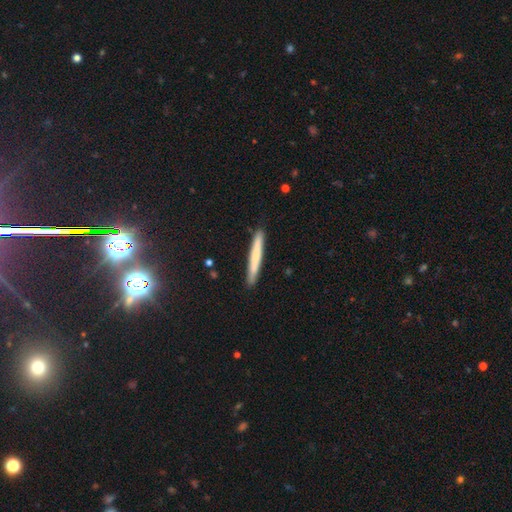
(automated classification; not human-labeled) Morphology: type=smooth (66%); roundness=cigar-shaped (96%); merging=none (90%).